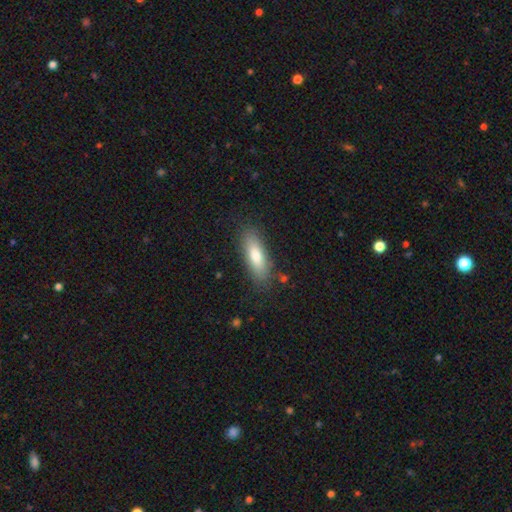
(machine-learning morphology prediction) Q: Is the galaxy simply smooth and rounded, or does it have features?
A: smooth — 75%.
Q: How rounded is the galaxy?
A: in between — 56%.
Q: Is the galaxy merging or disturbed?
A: none — 83%.